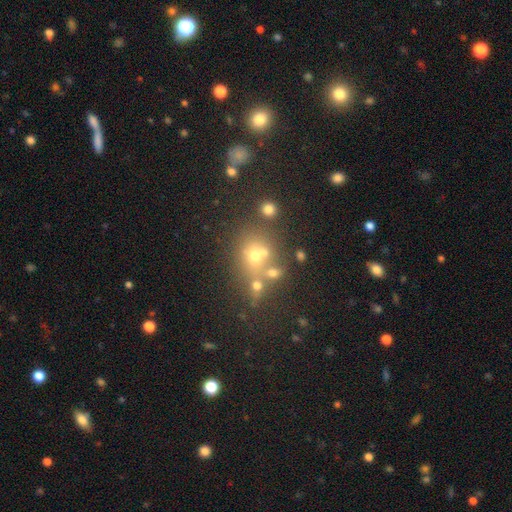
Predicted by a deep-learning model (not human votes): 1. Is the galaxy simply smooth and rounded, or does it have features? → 49% smooth, 33% star or artifact, 18% featured or disk.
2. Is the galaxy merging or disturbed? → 54% none, 30% merger, 11% minor disturbance, 6% major disturbance.